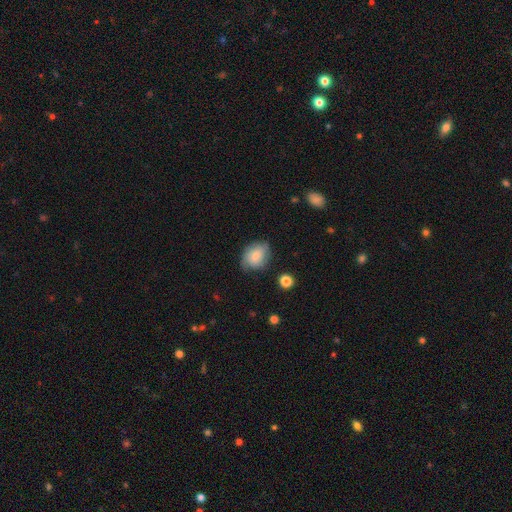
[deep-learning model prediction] smooth-or-featured: smooth: 69% | featured or disk: 23% | star or artifact: 8%
  how-rounded: in between: 60% | round: 39% | cigar-shaped: 1%
  merging: none: 67% | minor disturbance: 26% | major disturbance: 6% | merger: 2%